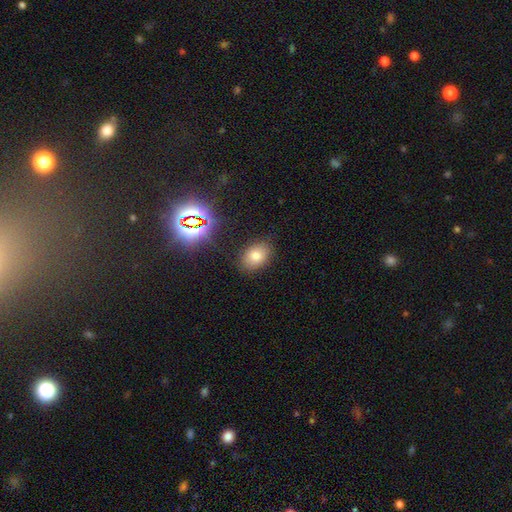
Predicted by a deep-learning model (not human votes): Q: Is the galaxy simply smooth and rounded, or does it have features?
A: smooth — 73%.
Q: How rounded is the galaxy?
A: in between — 76%.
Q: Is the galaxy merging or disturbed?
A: none — 85%.